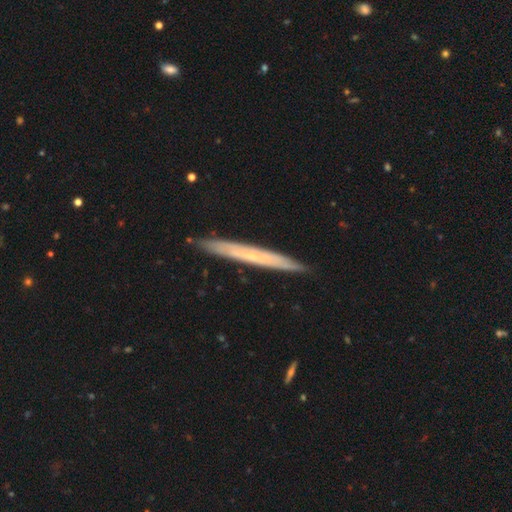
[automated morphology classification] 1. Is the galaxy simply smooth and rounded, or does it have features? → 55% featured or disk, 39% smooth, 7% star or artifact.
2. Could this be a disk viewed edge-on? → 91% yes, 9% no.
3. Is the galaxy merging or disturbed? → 89% none, 8% minor disturbance, 1% major disturbance, 1% merger.